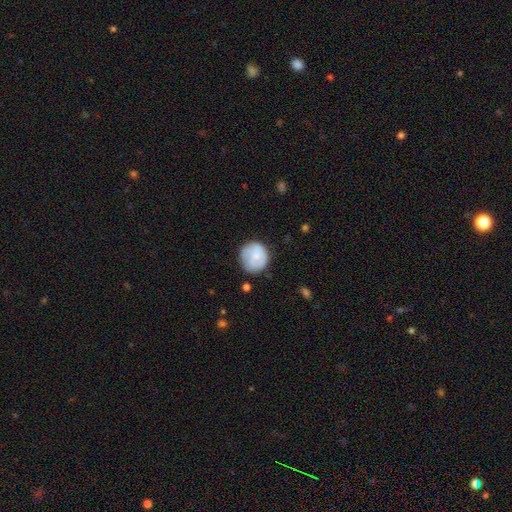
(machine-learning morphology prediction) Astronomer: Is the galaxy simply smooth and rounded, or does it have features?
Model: smooth — 73%.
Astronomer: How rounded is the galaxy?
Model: round — 90%.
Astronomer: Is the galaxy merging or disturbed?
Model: none — 72%.